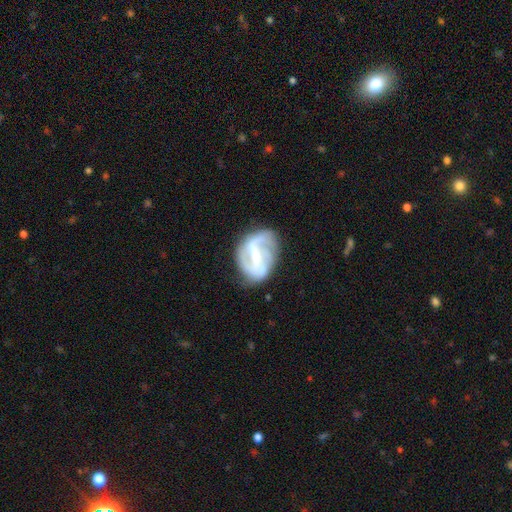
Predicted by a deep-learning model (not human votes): featured or disk 79%, smooth 15%, star or artifact 6%. Down the decision tree: edge-on disk — no (97%); bar — strong (49%); spiral arms — yes (85%); spiral arm count — 2 (63%); spiral winding — medium (41%); bulge size — small (45%); merging — none (62%).